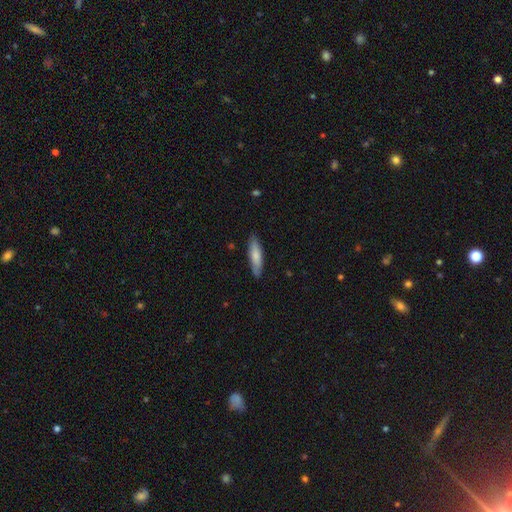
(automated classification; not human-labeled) This is likely a smooth galaxy (75%). How rounded: likely cigar-shaped (69%). Merging: clearly none (84%).